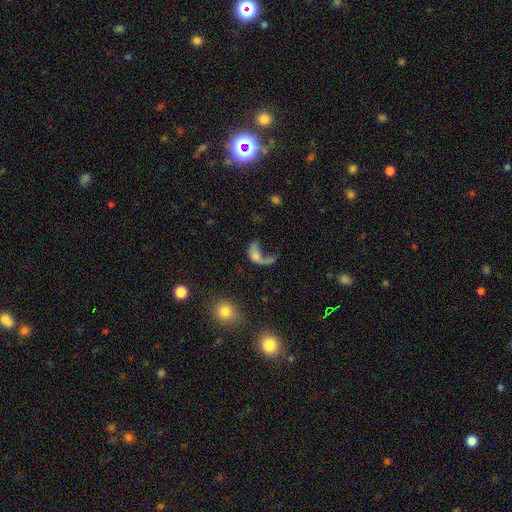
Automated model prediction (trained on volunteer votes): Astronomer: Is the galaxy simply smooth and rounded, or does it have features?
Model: smooth — 44% (runner-up: featured or disk, 41%).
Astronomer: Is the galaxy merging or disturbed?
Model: major disturbance — 52%.